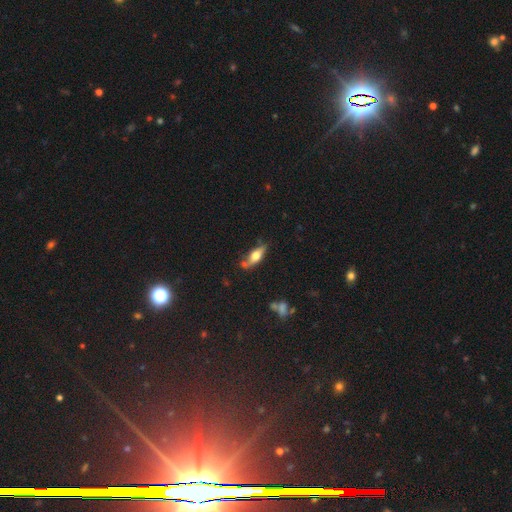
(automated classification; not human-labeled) Smooth or featured?
  - featured or disk: 48% *
  - smooth: 46%
  - star or artifact: 7%
Merging?
  - none: 70% *
  - minor disturbance: 19%
  - merger: 6%
  - major disturbance: 5%